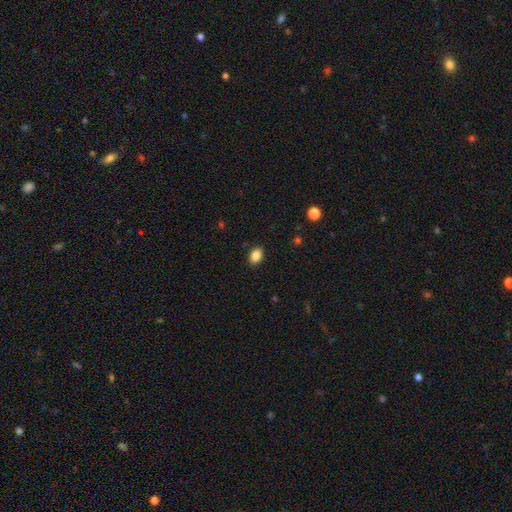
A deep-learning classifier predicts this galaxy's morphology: Smooth or featured?
  - smooth: 86% *
  - star or artifact: 9%
  - featured or disk: 5%
How rounded?
  - in between: 80% *
  - round: 19%
  - cigar-shaped: 1%
Merging?
  - none: 89% *
  - minor disturbance: 8%
  - major disturbance: 2%
  - merger: 1%